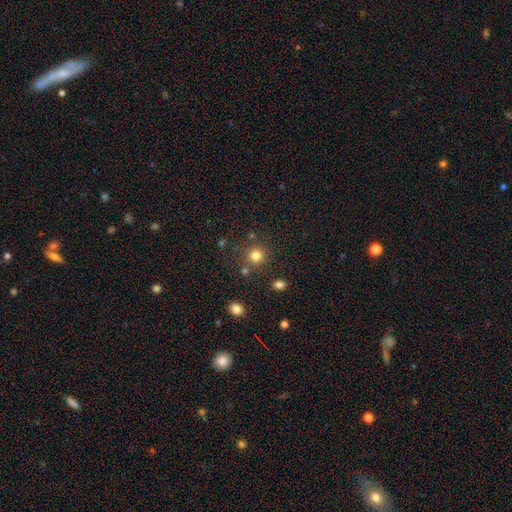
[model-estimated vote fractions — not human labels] This is clearly a smooth galaxy (81%). How rounded: clearly round (92%). Merging: clearly none (81%).